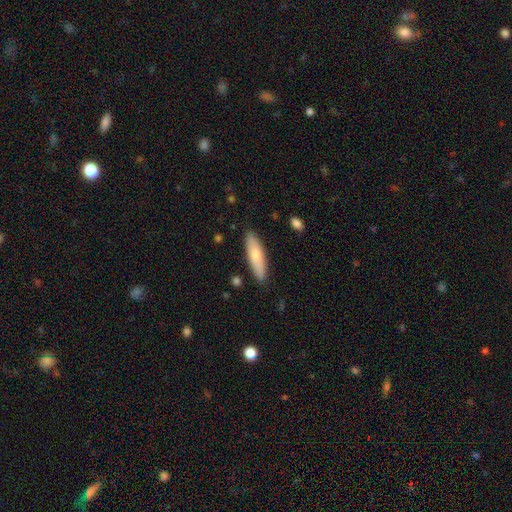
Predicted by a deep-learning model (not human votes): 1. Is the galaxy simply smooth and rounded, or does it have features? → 72% smooth, 22% featured or disk, 6% star or artifact.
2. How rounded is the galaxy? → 63% cigar-shaped, 35% in between, 2% round.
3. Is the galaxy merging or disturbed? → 87% none, 10% minor disturbance, 2% major disturbance, 1% merger.